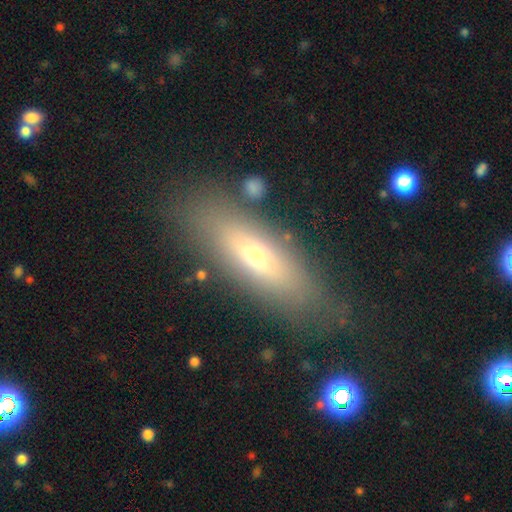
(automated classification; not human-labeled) smooth 54%, featured or disk 36%, star or artifact 10%. Down the decision tree: how rounded — in between (53%); merging — none (80%).